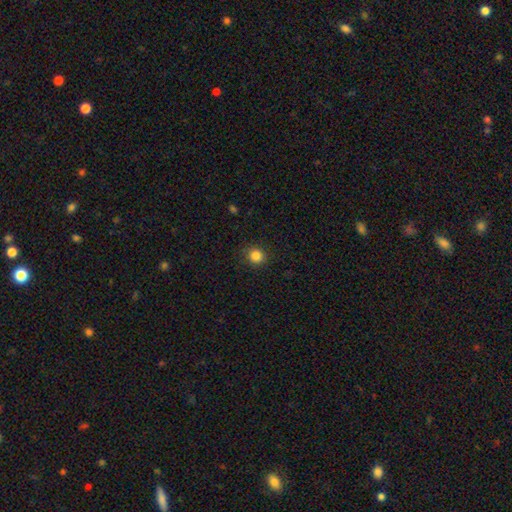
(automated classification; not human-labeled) smooth_or_featured: smooth (p=0.85) [alt: star or artifact p=0.11]
how_rounded: round (p=0.89) [alt: in between p=0.10]
merging: none (p=0.88) [alt: minor disturbance p=0.08]